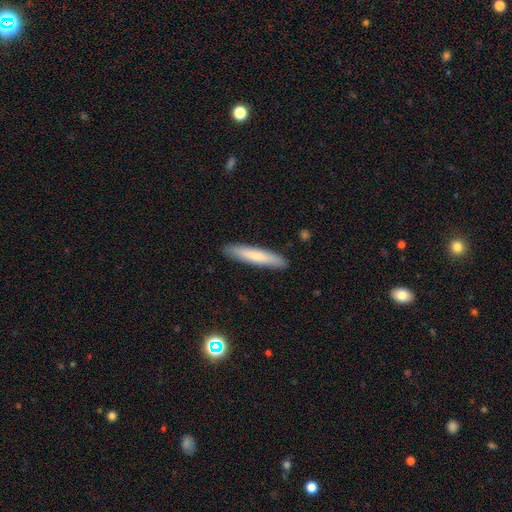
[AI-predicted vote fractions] Smooth or featured?
  - smooth: 71% *
  - featured or disk: 23%
  - star or artifact: 6%
How rounded?
  - cigar-shaped: 91% *
  - in between: 7%
  - round: 1%
Merging?
  - none: 90% *
  - minor disturbance: 7%
  - major disturbance: 1%
  - merger: 1%